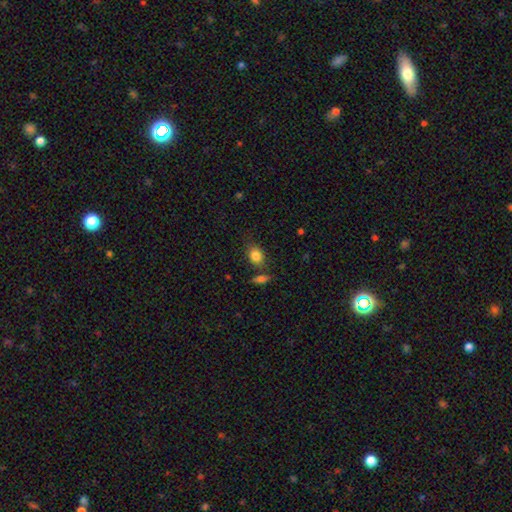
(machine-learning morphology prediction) smooth 84%, star or artifact 9%, featured or disk 8%. Down the decision tree: how rounded — in between (67%); merging — none (69%).